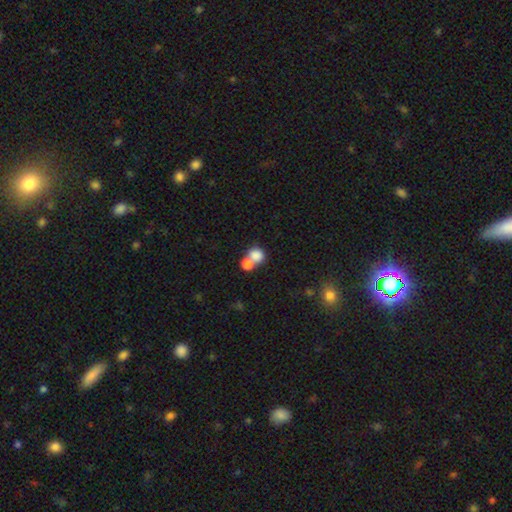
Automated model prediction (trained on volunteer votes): Smooth or featured?
  - smooth: 80% *
  - star or artifact: 10%
  - featured or disk: 9%
How rounded?
  - round: 69% *
  - in between: 30%
  - cigar-shaped: 1%
Merging?
  - merger: 53% *
  - none: 35%
  - minor disturbance: 7%
  - major disturbance: 4%